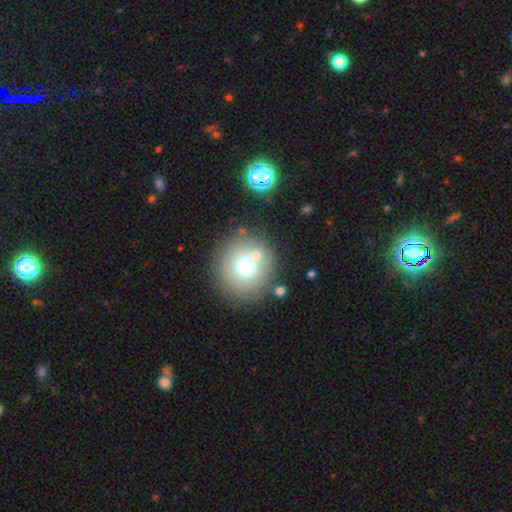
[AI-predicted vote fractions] Smooth or featured?
  - smooth: 67% *
  - featured or disk: 18%
  - star or artifact: 15%
How rounded?
  - round: 92% *
  - in between: 7%
  - cigar-shaped: 1%
Merging?
  - none: 76% *
  - merger: 10%
  - minor disturbance: 10%
  - major disturbance: 5%